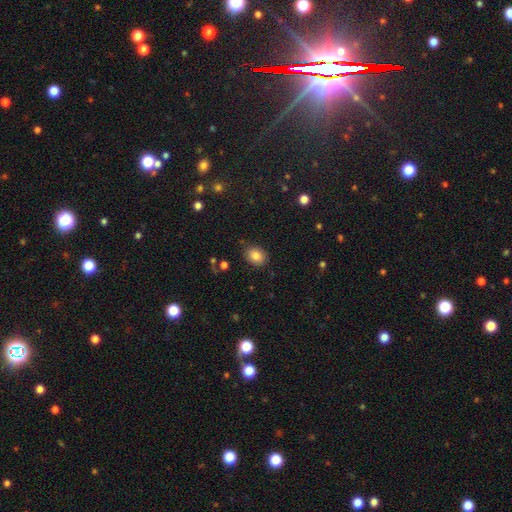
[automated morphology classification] Smooth or featured? Predicted: smooth (p=0.84). How rounded? Predicted: in between (p=0.58). Merging? Predicted: none (p=0.85).